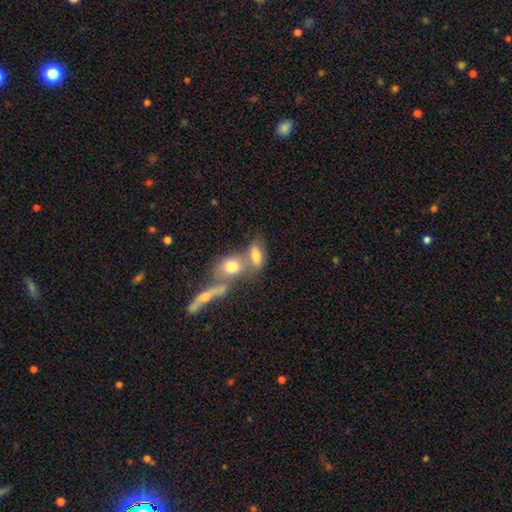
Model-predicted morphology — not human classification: The model was most divided on "merging": merger: 54%, none: 29%, minor disturbance: 10%, major disturbance: 7%. More confident: how rounded — in between (74%); smooth or featured — smooth (72%).